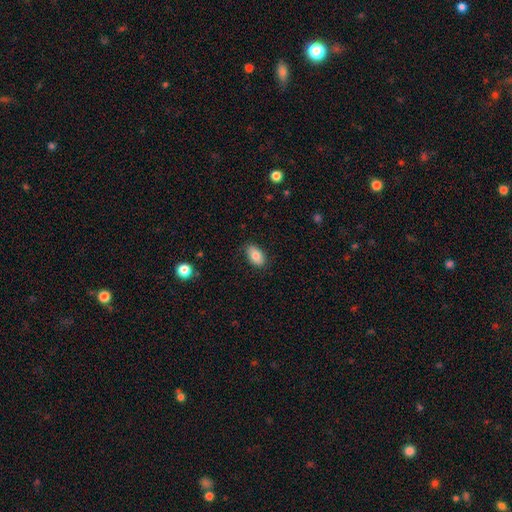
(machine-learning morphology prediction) Smooth or featured?
  - smooth: 82% *
  - featured or disk: 10%
  - star or artifact: 7%
How rounded?
  - in between: 92% *
  - round: 6%
  - cigar-shaped: 2%
Merging?
  - none: 84% *
  - minor disturbance: 13%
  - major disturbance: 3%
  - merger: 1%